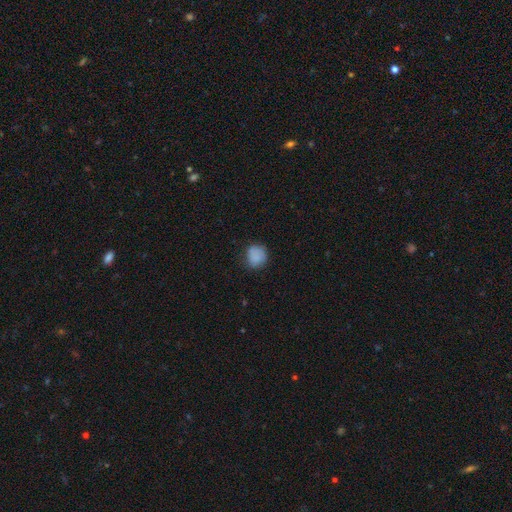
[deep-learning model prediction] A smooth galaxy with no disk features (83%) that is round (82%).

Vote fractions:
- Smooth or featured? smooth: 83% / star or artifact: 9% / featured or disk: 7%
- How rounded? round: 82% / in between: 17% / cigar-shaped: 1%
- Merging? none: 72% / minor disturbance: 21% / major disturbance: 5% / merger: 1%